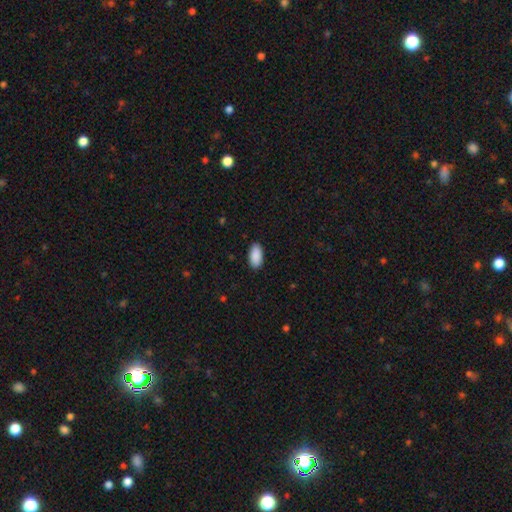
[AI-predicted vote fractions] This appears to be a smooth galaxy with no disk features (91%) that is in between round and cigar-shaped (94%). Merging: none (89%).